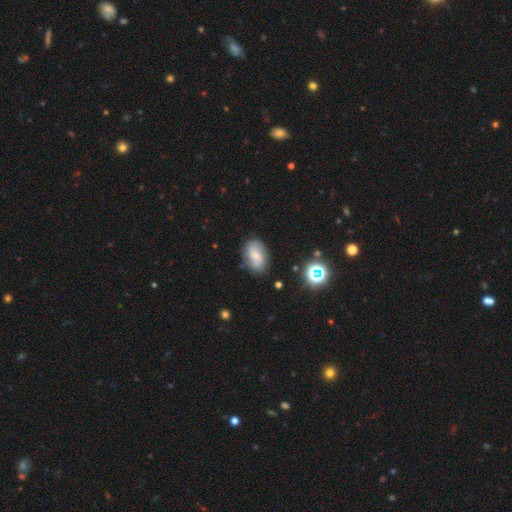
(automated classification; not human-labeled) Smooth or featured: featured or disk — 45% (smooth — 44%)
Merging: none — 74% (minor disturbance — 18%)